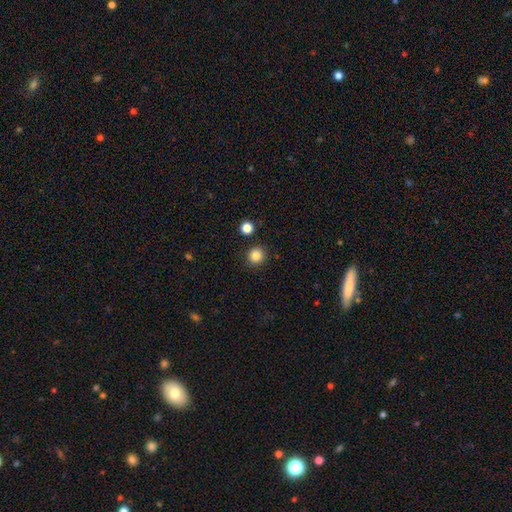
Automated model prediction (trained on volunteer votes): This is clearly a smooth galaxy (85%). How rounded: clearly round (89%). Merging: clearly none (89%).